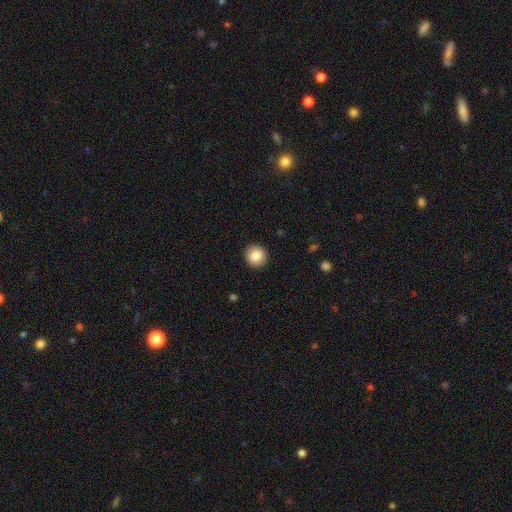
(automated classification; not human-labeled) smooth-or-featured: smooth: 85% | star or artifact: 8% | featured or disk: 7%
  how-rounded: round: 91% | in between: 8% | cigar-shaped: 1%
  merging: none: 91% | minor disturbance: 6% | major disturbance: 2% | merger: 1%